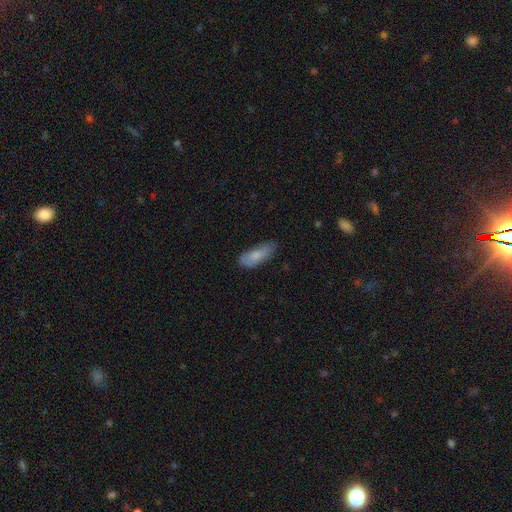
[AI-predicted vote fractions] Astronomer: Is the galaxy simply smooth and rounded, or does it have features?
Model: smooth — 76%.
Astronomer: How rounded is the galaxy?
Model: in between — 77%.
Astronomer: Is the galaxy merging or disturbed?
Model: none — 63%.